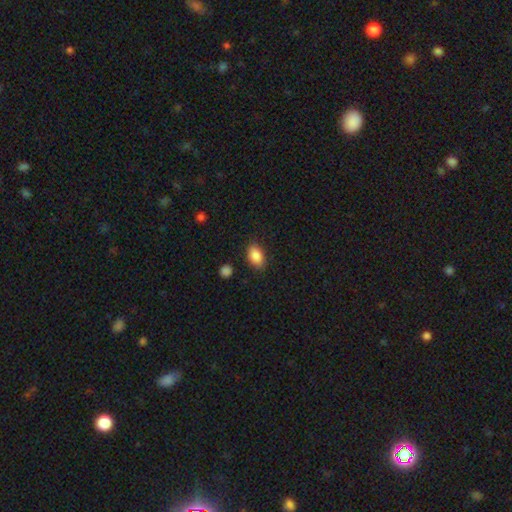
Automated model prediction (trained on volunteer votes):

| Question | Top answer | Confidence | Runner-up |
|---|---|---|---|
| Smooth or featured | smooth | 88% | star or artifact (7%) |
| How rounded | in between | 89% | round (9%) |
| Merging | none | 84% | minor disturbance (12%) |